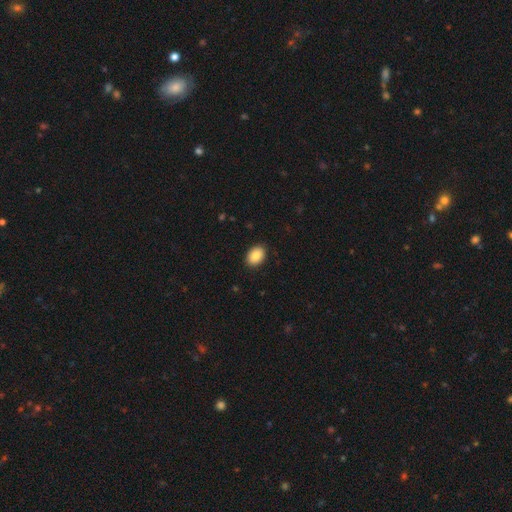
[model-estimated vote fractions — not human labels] This appears to be a smooth galaxy with no disk features (88%) that is in between round and cigar-shaped (82%). Merging: none (90%).